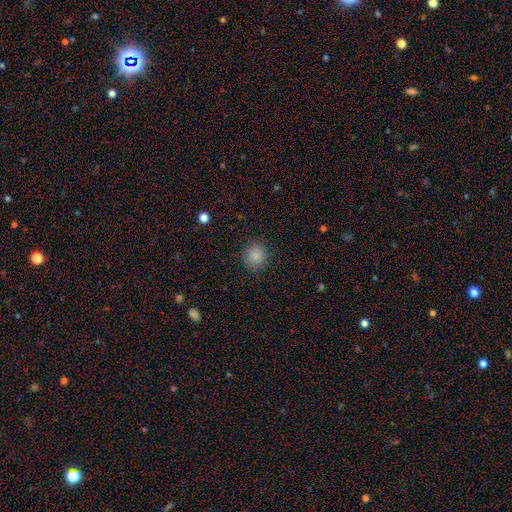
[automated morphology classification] smooth_or_featured: smooth (p=0.86) [alt: star or artifact p=0.10]
how_rounded: round (p=0.89) [alt: in between p=0.10]
merging: none (p=0.89) [alt: minor disturbance p=0.07]